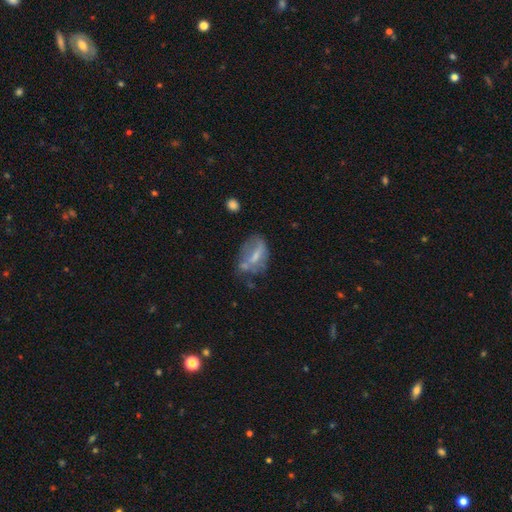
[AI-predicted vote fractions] The model was most divided on "smooth or featured": featured or disk: 46%, smooth: 44%, star or artifact: 10%. Remaining: merging — none (34%).